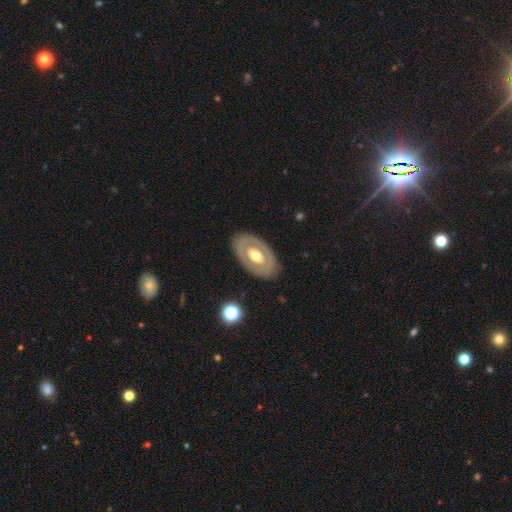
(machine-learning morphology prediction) Smooth or featured? Predicted: featured or disk (p=0.59). Edge-on disk? Predicted: no (p=0.89). Bar? Predicted: no (p=0.82). Spiral arms? Predicted: no (p=0.90). Bulge size? Predicted: moderate (p=0.66). Merging? Predicted: none (p=0.84).